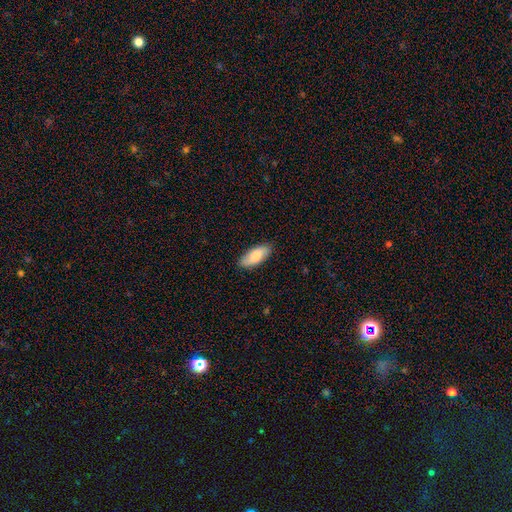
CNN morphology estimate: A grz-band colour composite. It shows a smooth galaxy with no disk features (78%) that is in between round and cigar-shaped (86%). Merging: none (86%).